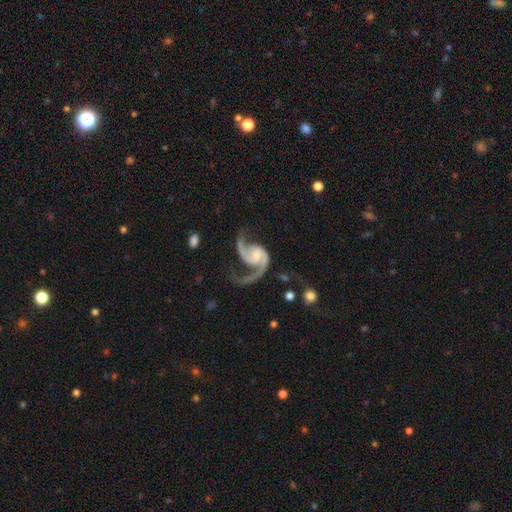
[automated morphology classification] Q: Smooth or featured?
A: featured or disk (93%); runner-up: star or artifact (4%)
Q: Edge-on disk?
A: no (98%); runner-up: yes (2%)
Q: Bar?
A: no (56%); runner-up: weak (34%)
Q: Spiral arms?
A: yes (98%); runner-up: no (2%)
Q: Spiral winding?
A: medium (48%); runner-up: loose (43%)
Q: Spiral arm count?
A: 2 (91%); runner-up: 1 (4%)
Q: Bulge size?
A: small (52%); runner-up: moderate (37%)
Q: Merging?
A: none (60%); runner-up: major disturbance (19%)